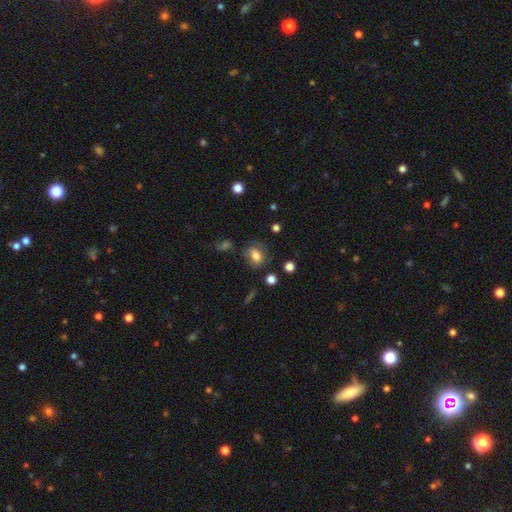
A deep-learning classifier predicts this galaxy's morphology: type=smooth (77%); roundness=in between (67%); merging=none (70%).